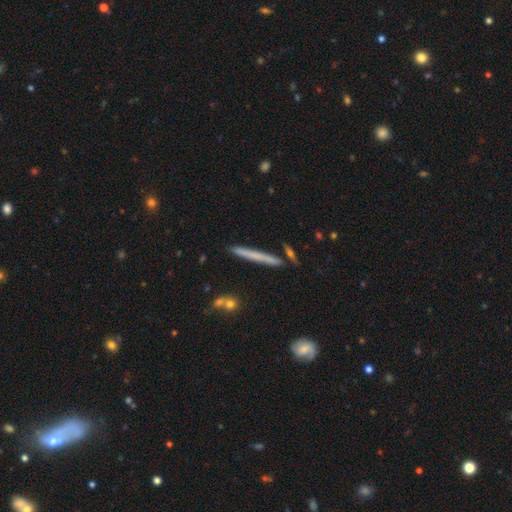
smooth-or-featured: smooth: 56% | featured or disk: 33% | star or artifact: 10%
  how-rounded: cigar-shaped: 95% | round: 5% | in between: 0%
  merging: none: 91% | minor disturbance: 3% | major disturbance: 3% | merger: 3%